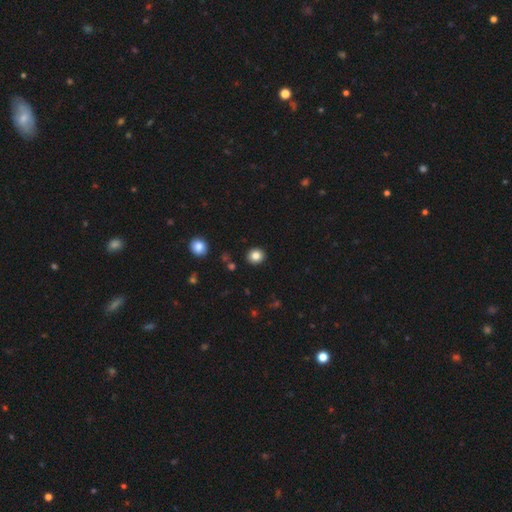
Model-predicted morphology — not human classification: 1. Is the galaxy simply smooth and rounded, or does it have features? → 84% smooth, 11% star or artifact, 6% featured or disk.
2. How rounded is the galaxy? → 82% round, 17% in between, 1% cigar-shaped.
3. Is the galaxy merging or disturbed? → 91% none, 6% minor disturbance, 2% major disturbance, 2% merger.